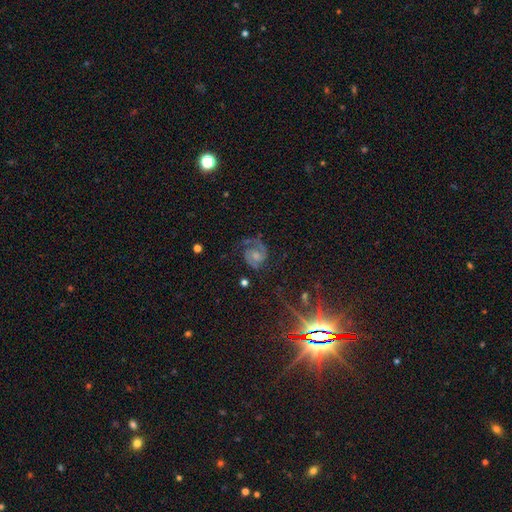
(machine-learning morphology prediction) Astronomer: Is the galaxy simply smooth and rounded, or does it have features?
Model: featured or disk — 82%.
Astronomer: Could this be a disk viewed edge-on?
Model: no — 98%.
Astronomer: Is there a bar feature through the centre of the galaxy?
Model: no — 56% (runner-up: weak, 37%).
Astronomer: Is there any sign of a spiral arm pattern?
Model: yes — 97%.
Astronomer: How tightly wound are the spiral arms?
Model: medium — 53% (runner-up: tight, 34%).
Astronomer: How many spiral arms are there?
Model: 2 — 83%.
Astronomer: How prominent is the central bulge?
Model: moderate — 41% (runner-up: small, 36%).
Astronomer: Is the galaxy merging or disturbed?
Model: none — 68%.